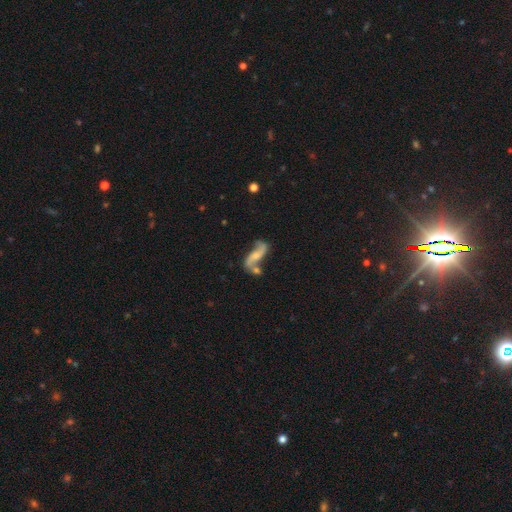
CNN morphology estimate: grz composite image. It shows a featured or disk galaxy (75%) with no bar (55%), 2 (91%) loose (84%) spiral arms (91%) and a small central bulge (44%). Merging: none (45%).